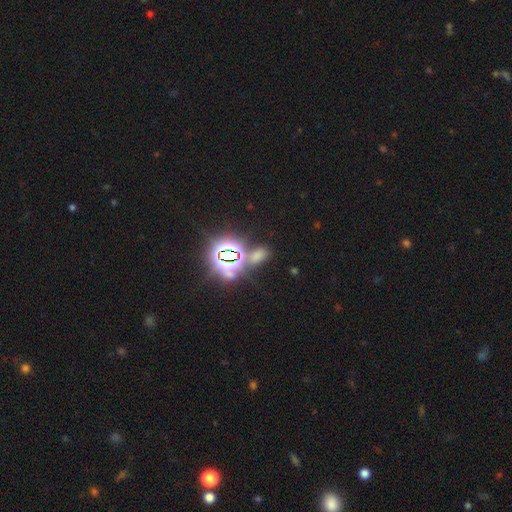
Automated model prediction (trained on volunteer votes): Overall: star or artifact (71%).